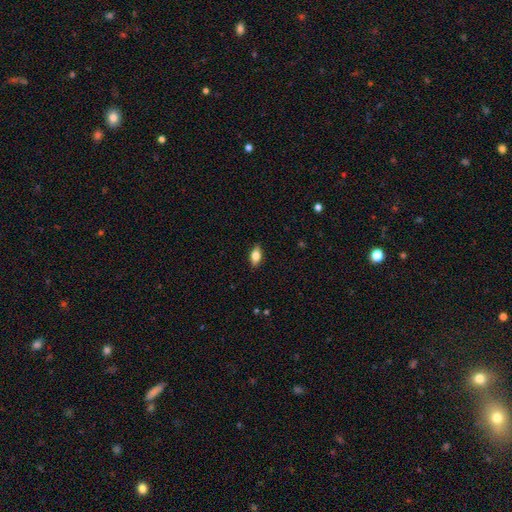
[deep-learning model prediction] The model was most divided on "smooth or featured": smooth: 72%, featured or disk: 21%, star or artifact: 7%. More confident: merging — none (87%); how rounded — in between (85%).